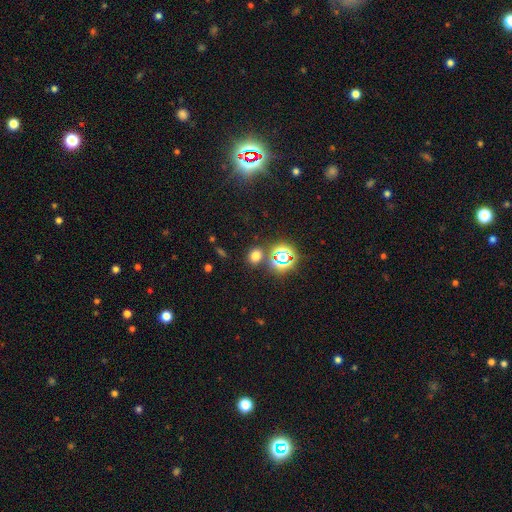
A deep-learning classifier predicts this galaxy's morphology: Smooth or featured: smooth — 64% (star or artifact — 30%)
How rounded: round — 63% (in between — 36%)
Merging: none — 81% (minor disturbance — 8%)